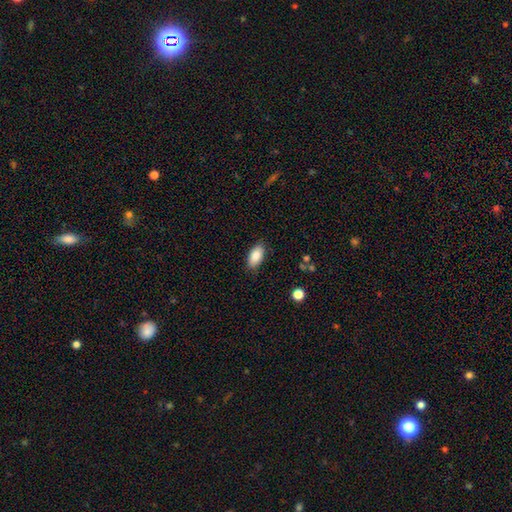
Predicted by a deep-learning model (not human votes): Smooth or featured? Predicted: smooth (p=0.86). How rounded? Predicted: in between (p=0.91). Merging? Predicted: none (p=0.86).